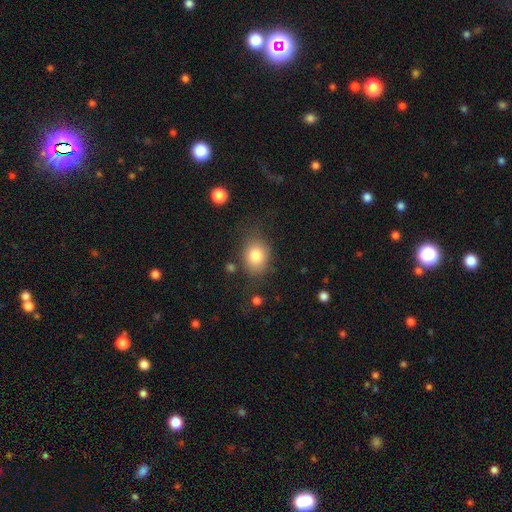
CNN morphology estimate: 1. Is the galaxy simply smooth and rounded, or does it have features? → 81% smooth, 10% featured or disk, 10% star or artifact.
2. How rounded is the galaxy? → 50% in between, 49% round, 1% cigar-shaped.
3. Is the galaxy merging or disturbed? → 73% none, 17% minor disturbance, 7% major disturbance, 3% merger.